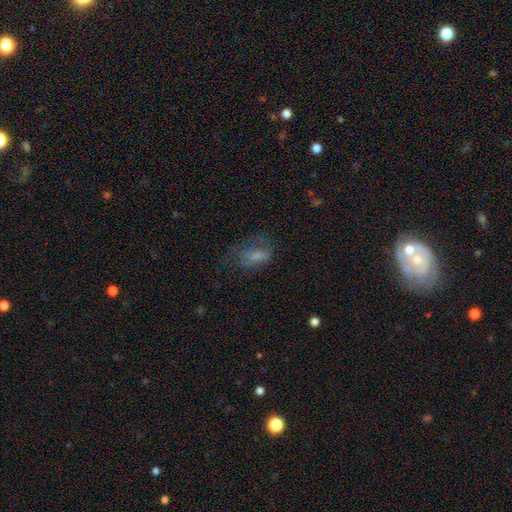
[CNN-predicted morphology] This is possibly a smooth galaxy (57%). How rounded: clearly in between (81%). Merging: marginally none (38%).